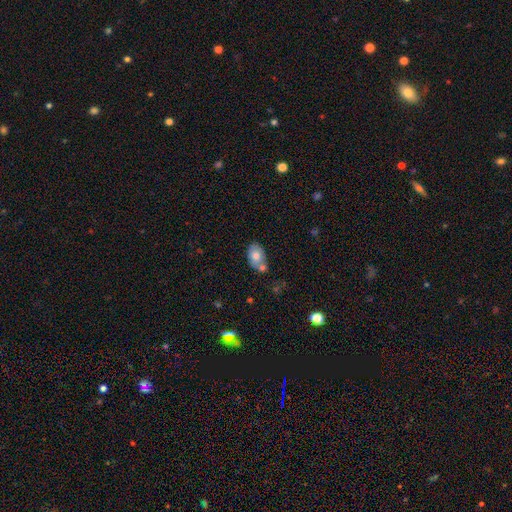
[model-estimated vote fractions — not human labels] Smooth or featured? Predicted: smooth (p=0.73). How rounded? Predicted: in between (p=0.84). Merging? Predicted: none (p=0.47).